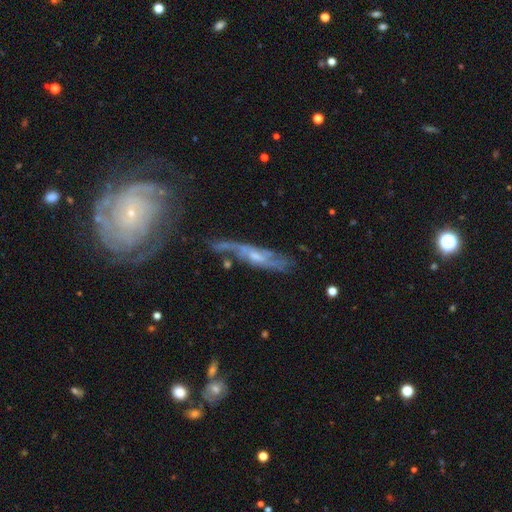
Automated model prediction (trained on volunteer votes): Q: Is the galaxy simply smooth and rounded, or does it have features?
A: featured or disk — 76%.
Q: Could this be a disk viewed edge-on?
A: no — 65%.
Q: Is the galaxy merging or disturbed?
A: none — 51%.